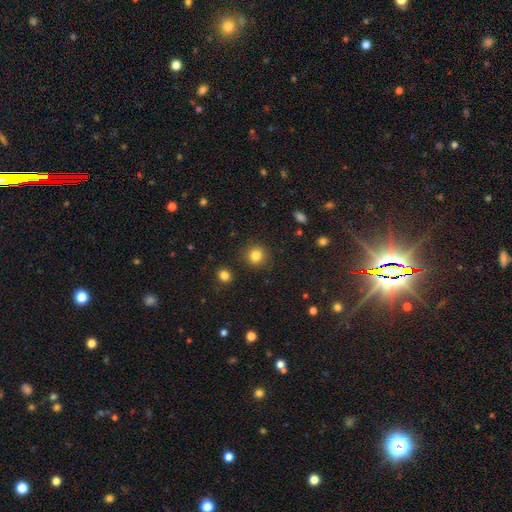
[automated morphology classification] This is clearly a smooth galaxy (83%). How rounded: clearly round (88%). Merging: clearly none (88%).